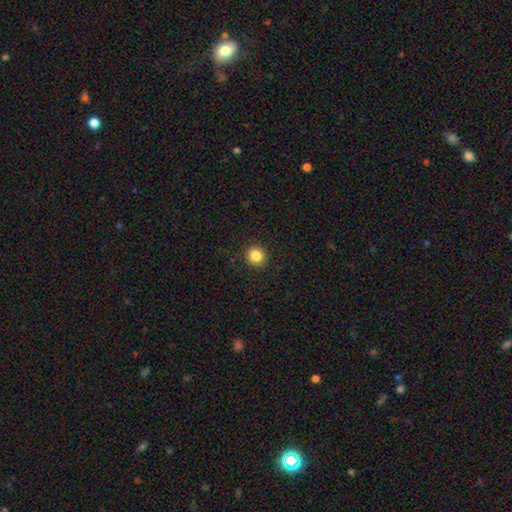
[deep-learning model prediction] Smooth or featured: smooth — 85% (star or artifact — 11%)
How rounded: round — 94% (in between — 5%)
Merging: none — 93% (minor disturbance — 5%)